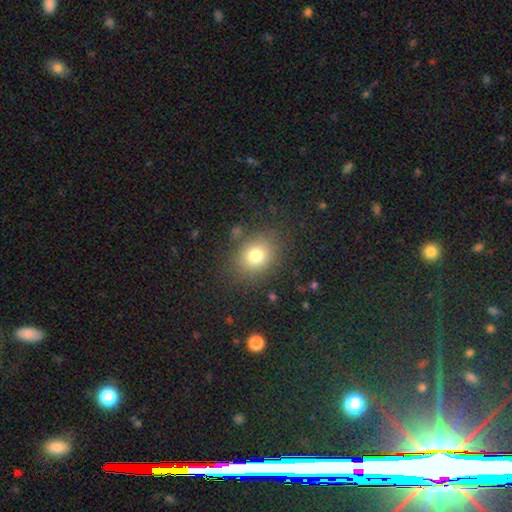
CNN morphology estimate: Overall: smooth (77%). How rounded: round (59%; in between 40%). Merging: none (83%).